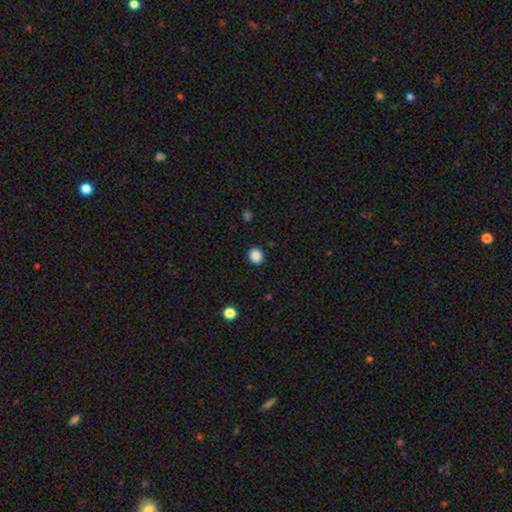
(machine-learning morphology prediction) A smooth galaxy with no disk features (87%) that is round (80%). Merging: none (91%).